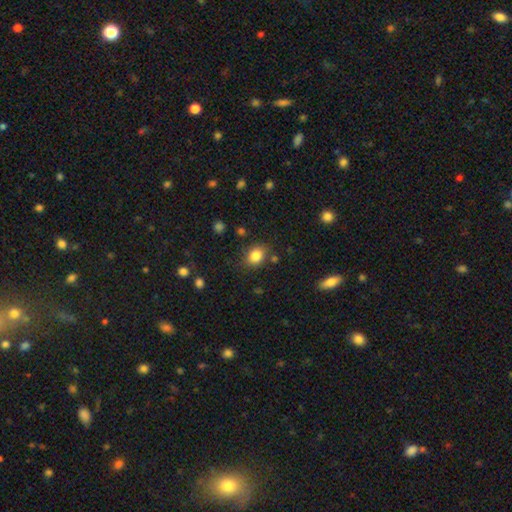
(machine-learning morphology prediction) Q: Smooth or featured?
A: smooth (84%); runner-up: star or artifact (10%)
Q: How rounded?
A: round (50%); runner-up: in between (49%)
Q: Merging?
A: none (78%); runner-up: minor disturbance (13%)